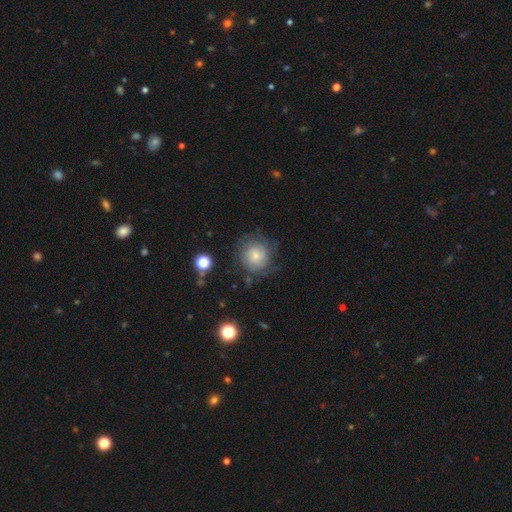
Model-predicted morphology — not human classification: smooth-or-featured: smooth: 45% (tied) | featured or disk: 45% (tied) | star or artifact: 10%
  merging: none: 67% | minor disturbance: 19% | major disturbance: 12% | merger: 2%